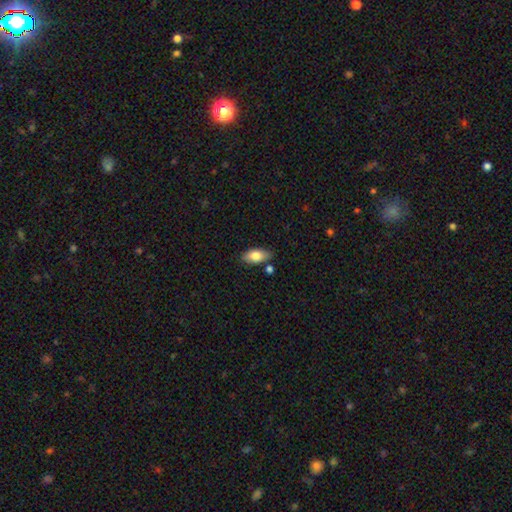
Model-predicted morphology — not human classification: Smooth or featured? smooth (79%)
How rounded? in between (91%)
Merging? none (79%)